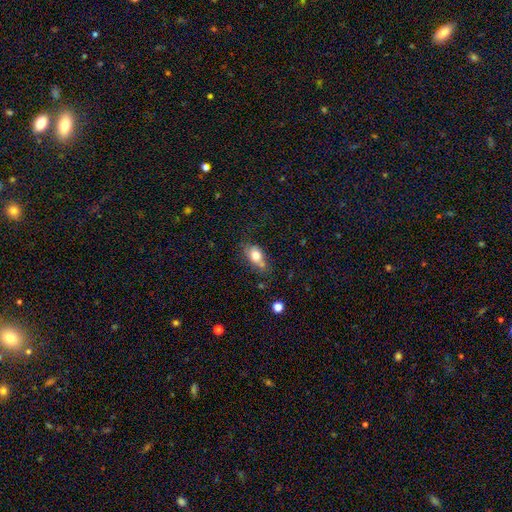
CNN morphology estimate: Q: Smooth or featured?
A: smooth (76%); runner-up: featured or disk (15%)
Q: How rounded?
A: in between (76%); runner-up: round (21%)
Q: Merging?
A: none (47%); runner-up: minor disturbance (27%)